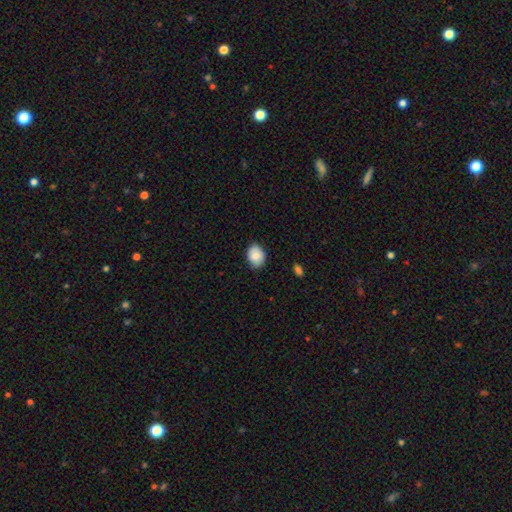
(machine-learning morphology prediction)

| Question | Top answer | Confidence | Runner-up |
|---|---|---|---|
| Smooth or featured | smooth | 81% | featured or disk (12%) |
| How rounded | in between | 57% | round (42%) |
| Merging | none | 78% | minor disturbance (18%) |